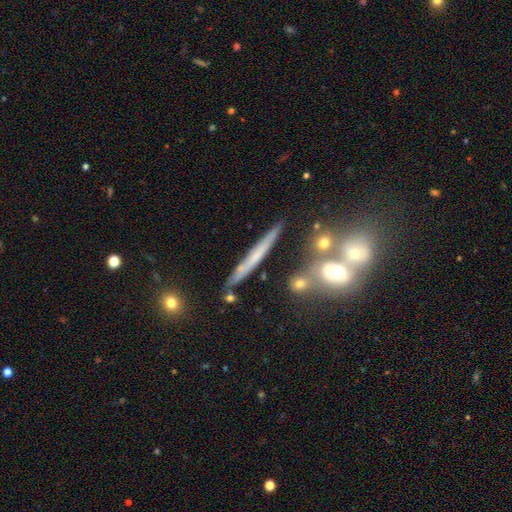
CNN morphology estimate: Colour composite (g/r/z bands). It shows a featured or disk galaxy (49%). Merging: none (78%).